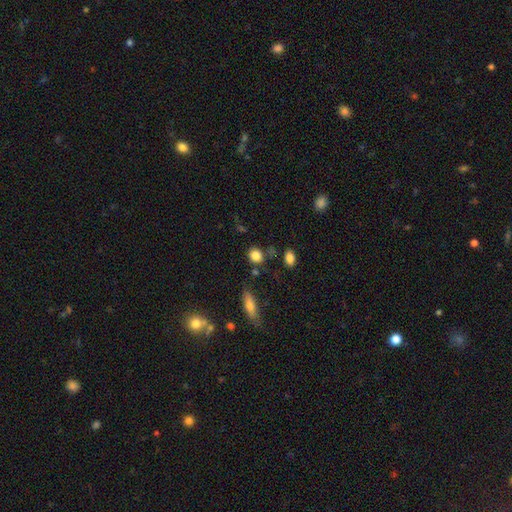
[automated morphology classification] Q: Smooth or featured?
A: smooth (84%); runner-up: star or artifact (10%)
Q: How rounded?
A: round (72%); runner-up: in between (26%)
Q: Merging?
A: none (76%); runner-up: minor disturbance (13%)